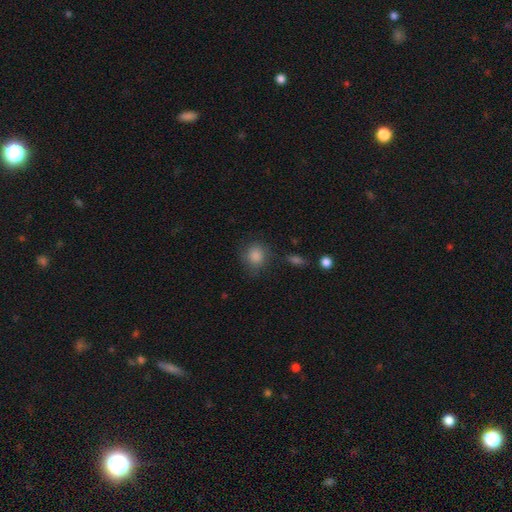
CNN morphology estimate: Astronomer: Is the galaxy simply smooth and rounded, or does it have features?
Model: smooth — 86%.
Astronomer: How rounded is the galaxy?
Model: round — 82%.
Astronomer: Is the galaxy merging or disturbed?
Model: none — 75%.